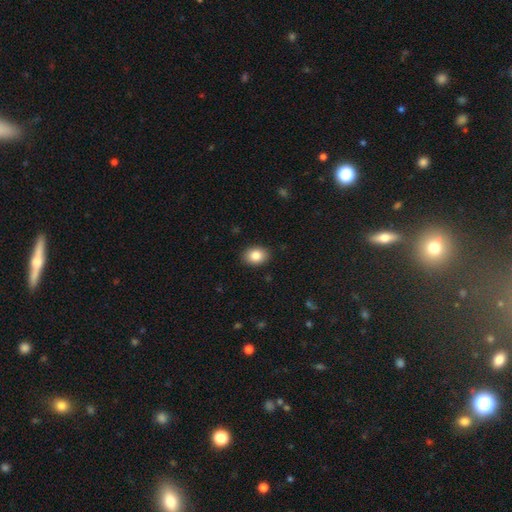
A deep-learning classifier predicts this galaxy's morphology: Smooth or featured? Predicted: smooth (p=0.84). How rounded? Predicted: in between (p=0.65). Merging? Predicted: none (p=0.90).